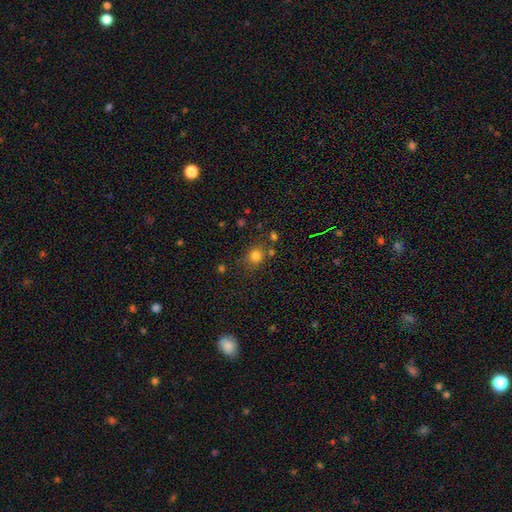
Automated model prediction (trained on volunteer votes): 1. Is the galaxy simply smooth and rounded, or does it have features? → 79% smooth, 15% star or artifact, 6% featured or disk.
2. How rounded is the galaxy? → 80% round, 19% in between, 1% cigar-shaped.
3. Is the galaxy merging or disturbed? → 73% none, 12% minor disturbance, 10% merger, 5% major disturbance.